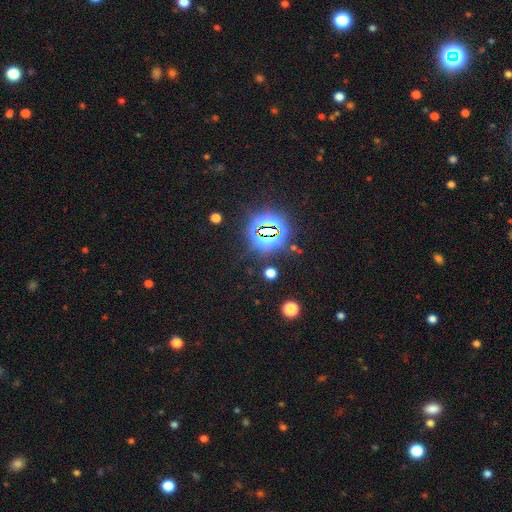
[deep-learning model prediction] Smooth or featured: star or artifact — 83% (smooth — 10%)